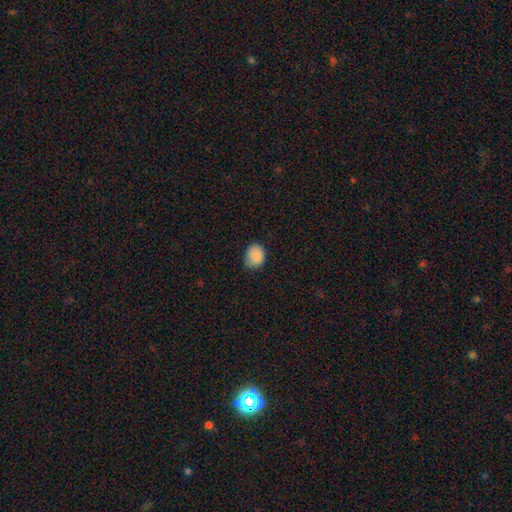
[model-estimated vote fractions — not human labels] Q: Smooth or featured?
A: smooth (87%); runner-up: star or artifact (9%)
Q: How rounded?
A: round (55%); runner-up: in between (45%)
Q: Merging?
A: none (67%); runner-up: minor disturbance (27%)